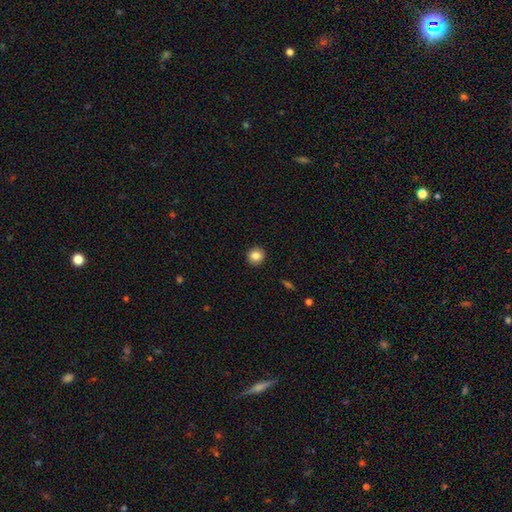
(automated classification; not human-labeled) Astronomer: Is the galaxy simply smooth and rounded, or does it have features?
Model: smooth — 85%.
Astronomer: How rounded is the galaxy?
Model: round — 91%.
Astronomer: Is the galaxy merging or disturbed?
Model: none — 92%.